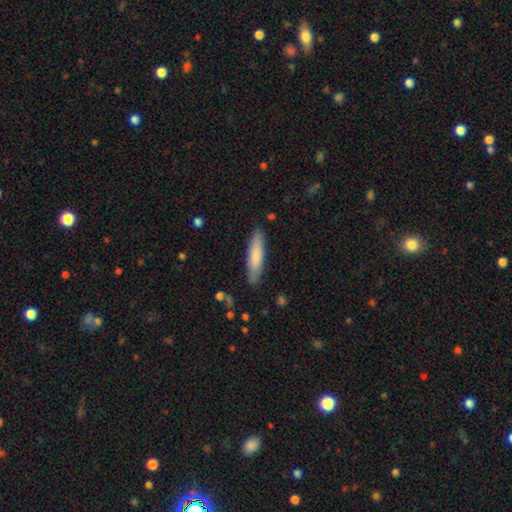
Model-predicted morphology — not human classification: The model was most divided on "smooth or featured": smooth: 76%, featured or disk: 18%, star or artifact: 5%. More confident: merging — none (87%); how rounded — cigar-shaped (80%).